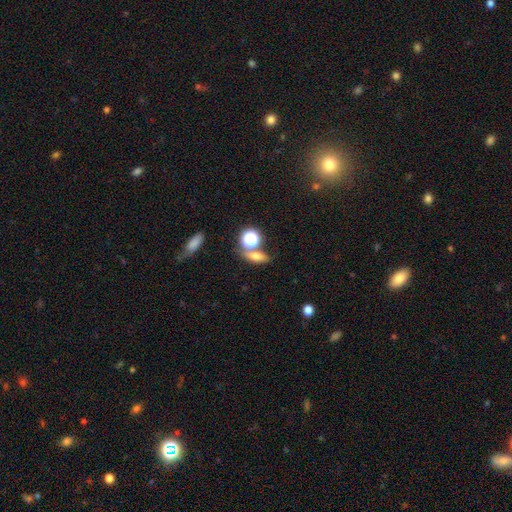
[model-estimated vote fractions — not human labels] Overall: smooth (65%). How rounded: in between (55%; round 25%). Merging: none (59%; merger 24%).